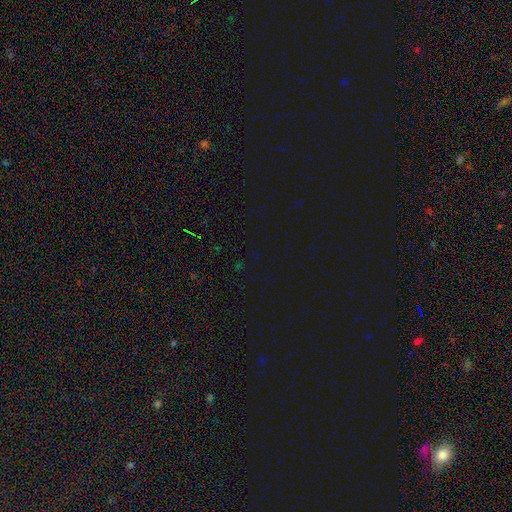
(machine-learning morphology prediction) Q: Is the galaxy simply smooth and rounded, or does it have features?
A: star or artifact — 75%.